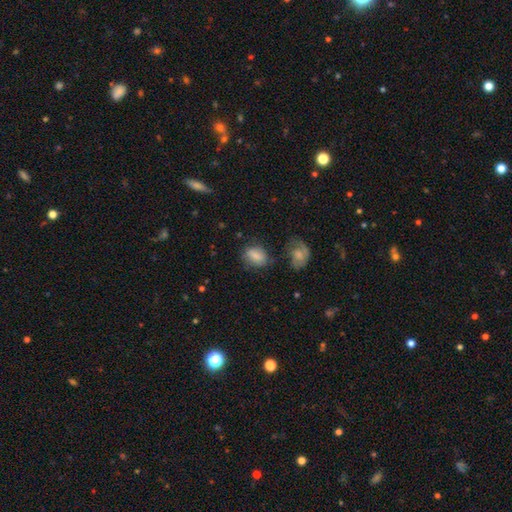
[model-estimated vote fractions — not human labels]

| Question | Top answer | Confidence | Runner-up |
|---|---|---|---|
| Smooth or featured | smooth | 75% | featured or disk (16%) |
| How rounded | in between | 76% | round (22%) |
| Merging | none | 61% | minor disturbance (21%) |